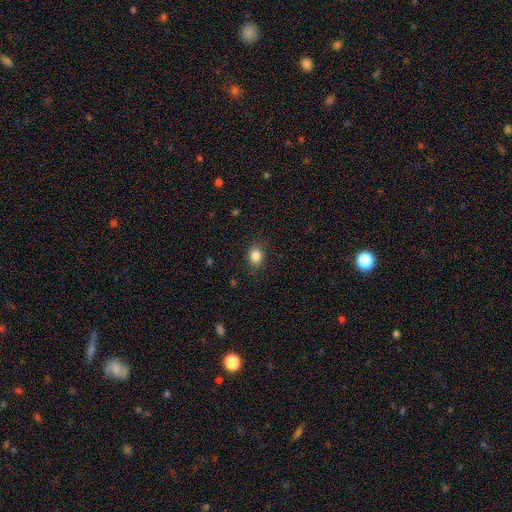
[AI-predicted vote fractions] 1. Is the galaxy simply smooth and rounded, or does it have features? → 85% smooth, 10% star or artifact, 5% featured or disk.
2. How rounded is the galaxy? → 53% in between, 46% round, 1% cigar-shaped.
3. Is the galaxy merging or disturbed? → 85% none, 11% minor disturbance, 3% major disturbance, 1% merger.